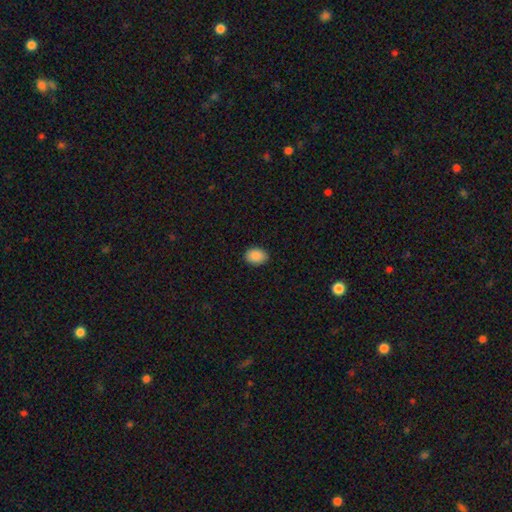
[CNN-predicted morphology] smooth_or_featured: smooth (p=0.90) [alt: star or artifact p=0.07]
how_rounded: in between (p=0.77) [alt: round p=0.22]
merging: none (p=0.89) [alt: minor disturbance p=0.08]